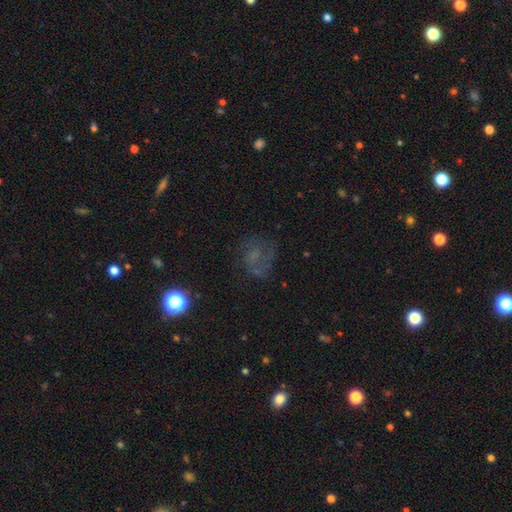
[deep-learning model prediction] Morphology: type=featured or disk (42%); merging=none (50%).